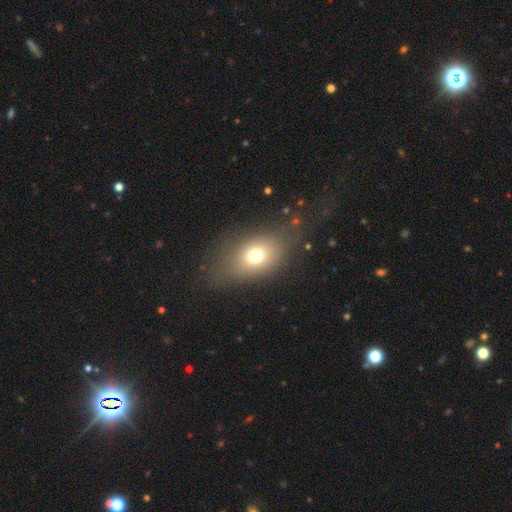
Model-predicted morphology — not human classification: Smooth or featured? Predicted: smooth (p=0.70). How rounded? Predicted: in between (p=0.68). Merging? Predicted: none (p=0.71).